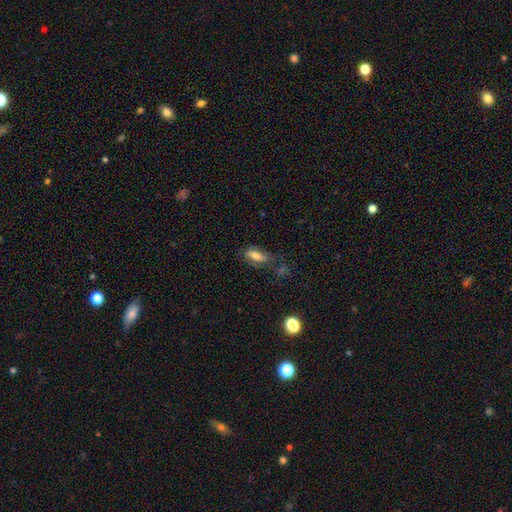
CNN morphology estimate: Smooth or featured: smooth — 65% (featured or disk — 25%)
How rounded: in between — 75% (cigar-shaped — 20%)
Merging: none — 51% (minor disturbance — 26%)